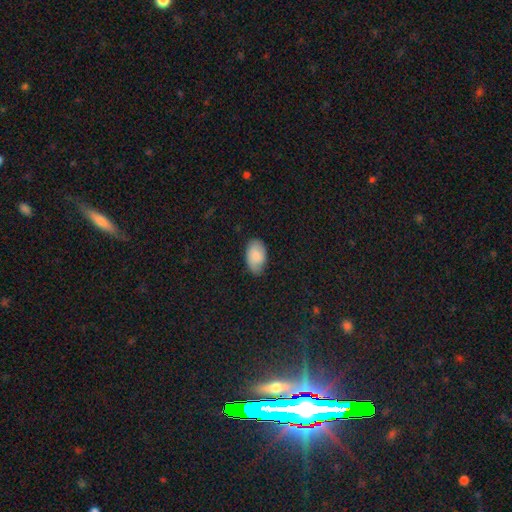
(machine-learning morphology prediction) Q: Smooth or featured?
A: smooth (83%); runner-up: featured or disk (10%)
Q: How rounded?
A: in between (94%); runner-up: round (5%)
Q: Merging?
A: none (75%); runner-up: minor disturbance (21%)